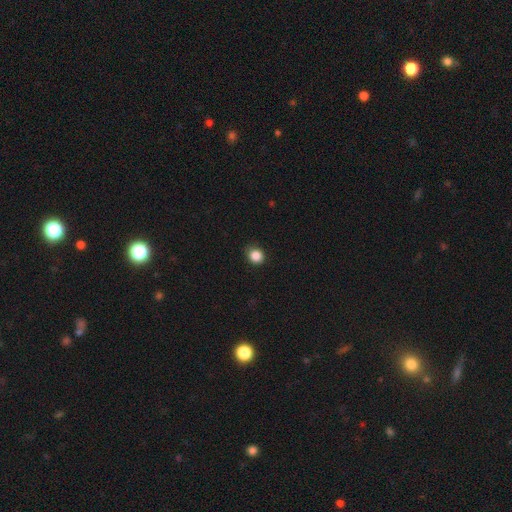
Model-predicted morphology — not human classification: A smooth galaxy with no disk features (86%) that is round (84%). Merging: none (84%).